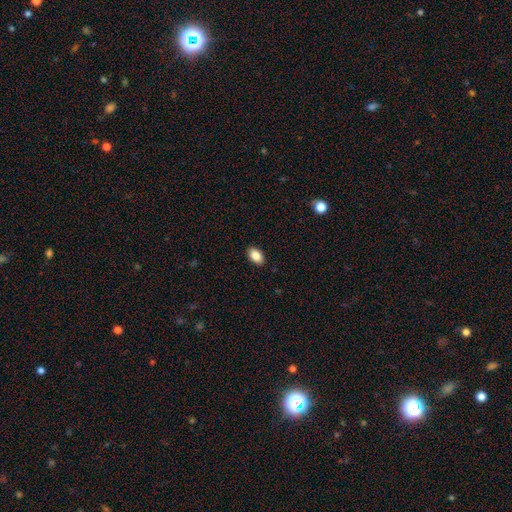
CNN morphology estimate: The model was most divided on "smooth or featured": smooth: 86%, star or artifact: 8%, featured or disk: 6%. More confident: how rounded — in between (92%); merging — none (90%).